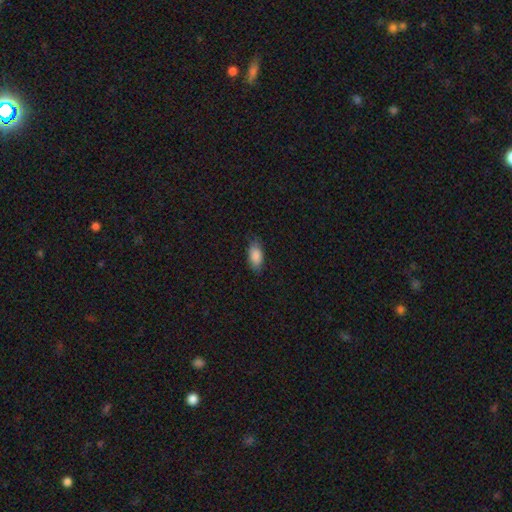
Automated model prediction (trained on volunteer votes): smooth_or_featured: smooth (p=0.87) [alt: star or artifact p=0.07]
how_rounded: in between (p=0.91) [alt: cigar-shaped p=0.06]
merging: none (p=0.80) [alt: minor disturbance p=0.15]